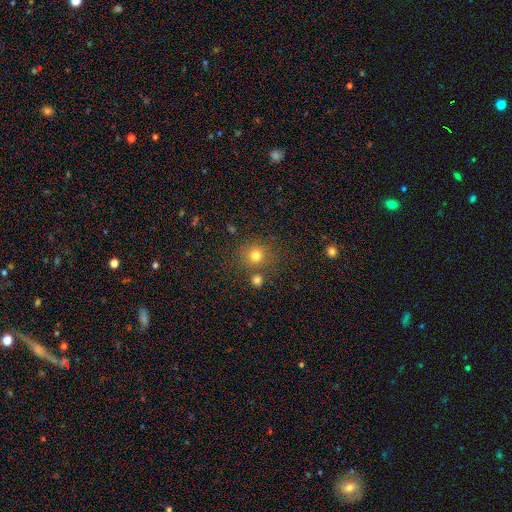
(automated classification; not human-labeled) Smooth or featured: smooth — 76% (star or artifact — 16%)
How rounded: round — 86% (in between — 13%)
Merging: none — 73% (merger — 12%)